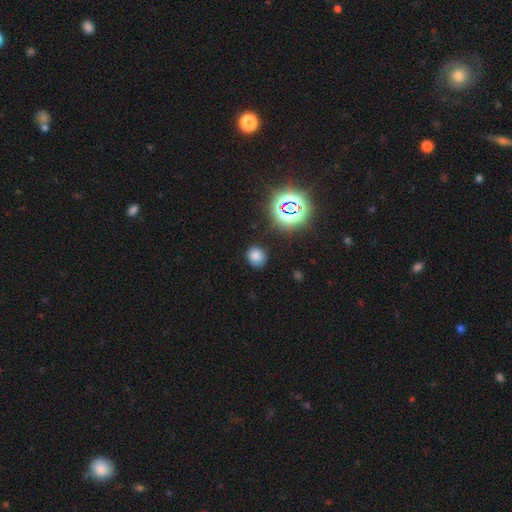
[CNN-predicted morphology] This appears to be a smooth galaxy with no disk features (74%) that is round (79%). Merging: none (85%).